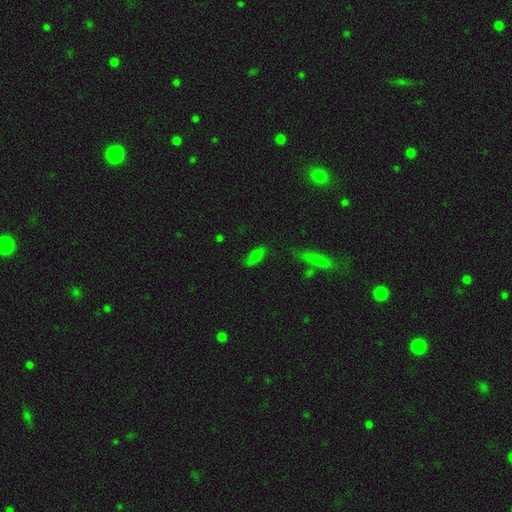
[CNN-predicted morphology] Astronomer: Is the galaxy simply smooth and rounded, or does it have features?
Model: smooth — 68%.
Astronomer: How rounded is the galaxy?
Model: in between — 71%.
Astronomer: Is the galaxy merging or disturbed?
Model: none — 76%.